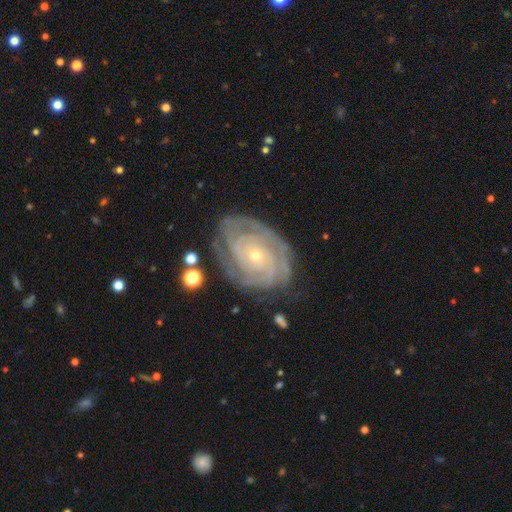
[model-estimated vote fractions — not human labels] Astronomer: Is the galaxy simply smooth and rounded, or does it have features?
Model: featured or disk — 89%.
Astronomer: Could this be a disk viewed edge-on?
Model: no — 97%.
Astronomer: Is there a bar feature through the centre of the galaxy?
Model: no — 80%.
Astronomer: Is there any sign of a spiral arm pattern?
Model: yes — 97%.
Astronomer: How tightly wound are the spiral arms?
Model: tight — 82%.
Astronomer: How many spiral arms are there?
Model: can't tell — 24% (runner-up: 3, 23%).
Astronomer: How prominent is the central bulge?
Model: small — 78%.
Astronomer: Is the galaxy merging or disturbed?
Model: none — 75%.